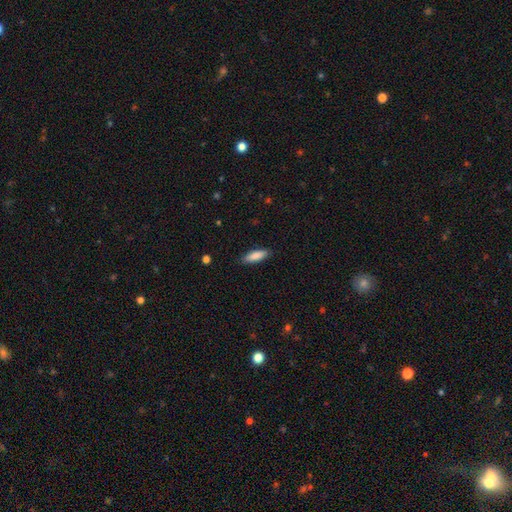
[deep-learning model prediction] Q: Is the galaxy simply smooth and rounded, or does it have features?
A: smooth — 87%.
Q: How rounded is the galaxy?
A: in between — 51%.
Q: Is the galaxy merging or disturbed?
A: none — 87%.